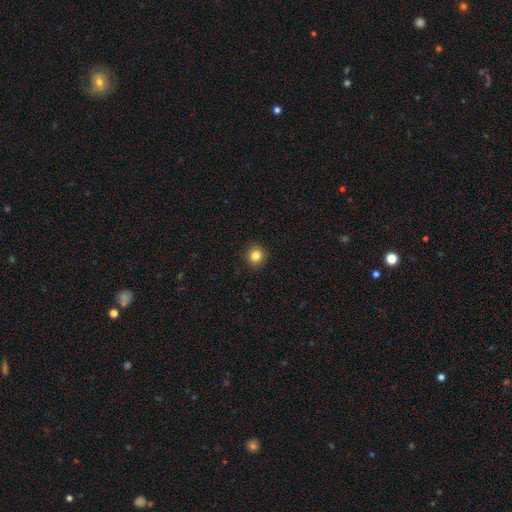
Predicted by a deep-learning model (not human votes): This appears to be a smooth galaxy with no disk features (85%) that is round (91%). Merging: none (91%).